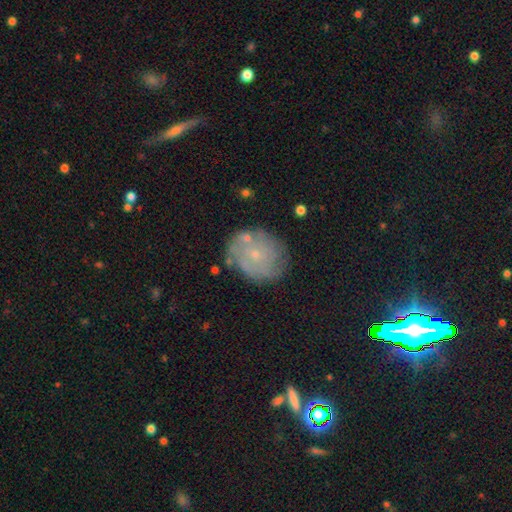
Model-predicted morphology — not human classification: type=featured or disk (57%); edge-on=no (97%); bar=no (83%); spiral arms=yes (71%); bulge=small (82%); merging=none (69%).